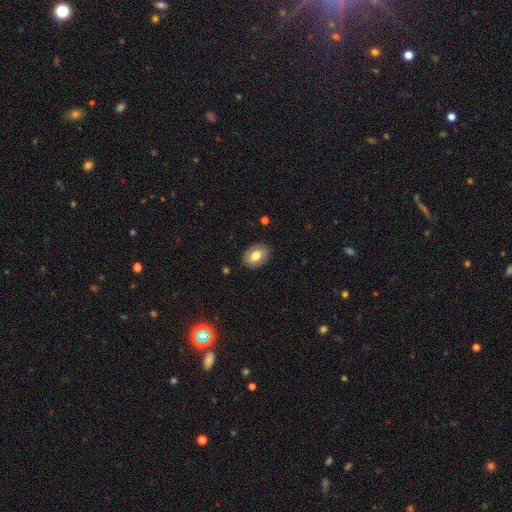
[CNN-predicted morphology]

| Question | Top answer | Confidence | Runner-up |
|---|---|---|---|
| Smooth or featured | smooth | 77% | featured or disk (16%) |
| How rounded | in between | 80% | round (19%) |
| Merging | none | 88% | minor disturbance (9%) |